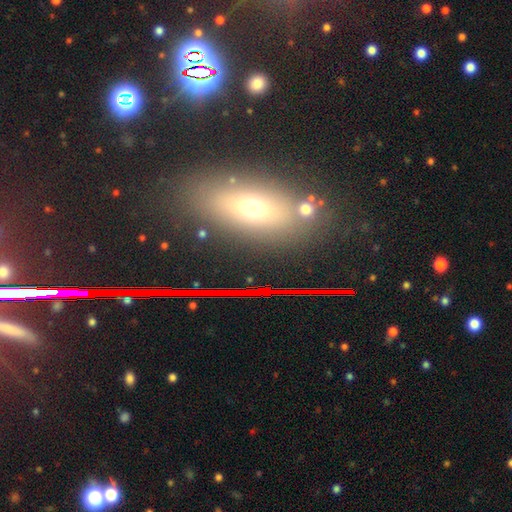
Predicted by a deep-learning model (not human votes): Q: Smooth or featured?
A: smooth (41%); runner-up: star or artifact (33%)
Q: Merging?
A: none (80%); runner-up: minor disturbance (11%)